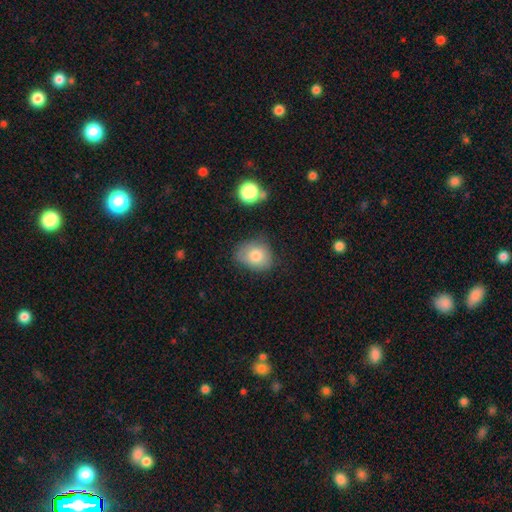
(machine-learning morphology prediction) smooth_or_featured: smooth (p=0.78) [alt: featured or disk p=0.13]
how_rounded: round (p=0.52) [alt: in between p=0.47]
merging: none (p=0.65) [alt: minor disturbance p=0.25]